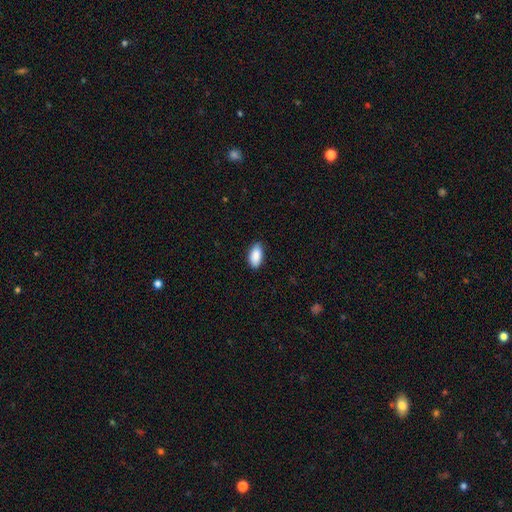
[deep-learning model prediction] smooth-or-featured: smooth: 89% | star or artifact: 7% | featured or disk: 4%
  how-rounded: in between: 93% | cigar-shaped: 5% | round: 3%
  merging: none: 83% | minor disturbance: 13% | major disturbance: 2% | merger: 1%